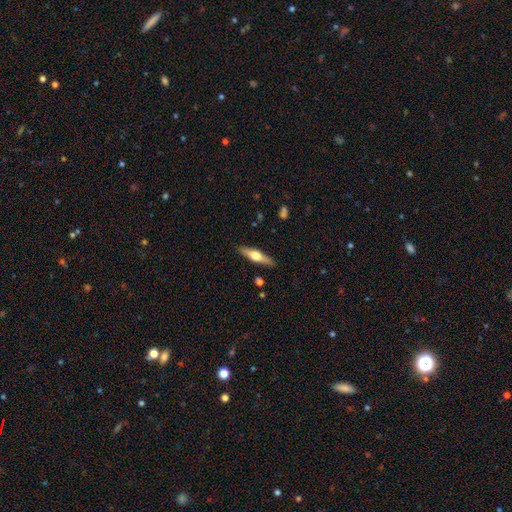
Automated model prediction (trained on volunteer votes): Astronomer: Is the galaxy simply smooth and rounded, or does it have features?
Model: featured or disk — 59% (runner-up: smooth, 35%).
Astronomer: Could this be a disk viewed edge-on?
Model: yes — 95%.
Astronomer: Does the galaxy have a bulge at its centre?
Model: rounded — 93%.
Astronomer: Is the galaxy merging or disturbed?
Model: none — 89%.